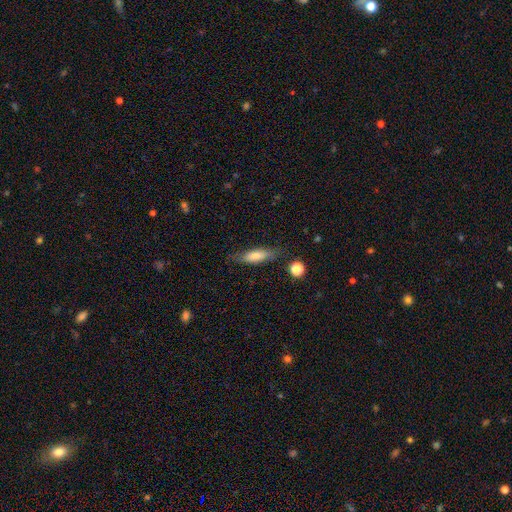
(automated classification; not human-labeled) A smooth galaxy with no disk features (68%) that is cigar-shaped (60%). Merging: none (76%).